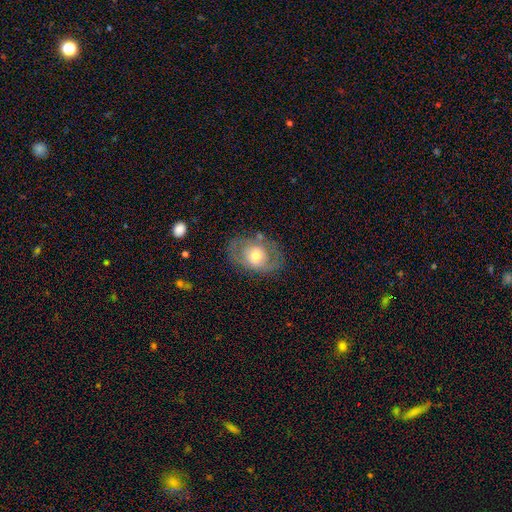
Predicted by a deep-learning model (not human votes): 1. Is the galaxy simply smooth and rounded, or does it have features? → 50% featured or disk, 43% smooth, 7% star or artifact.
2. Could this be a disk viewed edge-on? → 94% no, 6% yes.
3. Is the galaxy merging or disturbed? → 70% none, 18% minor disturbance, 10% major disturbance, 2% merger.